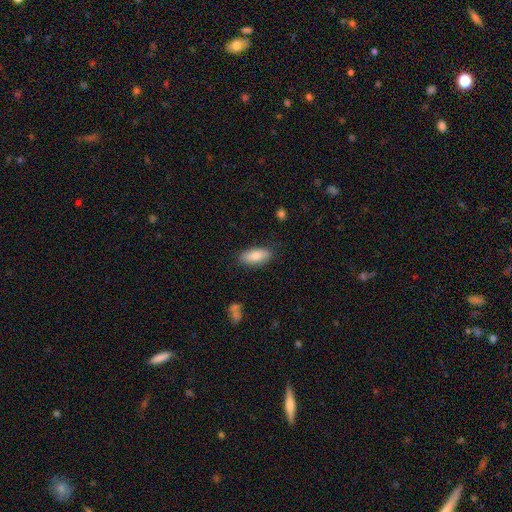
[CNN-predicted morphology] This is clearly a smooth galaxy (84%). How rounded: clearly in between (85%). Merging: clearly none (83%).